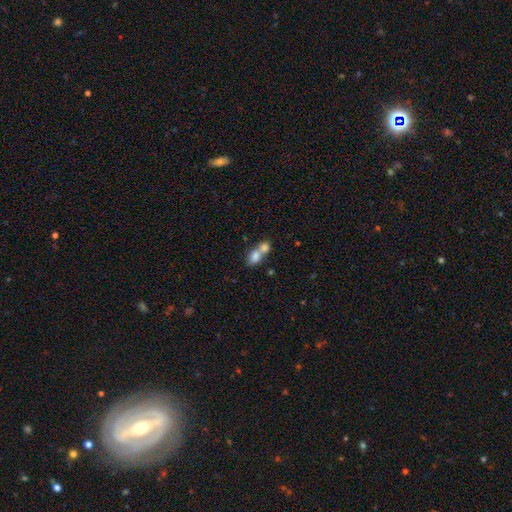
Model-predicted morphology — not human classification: This appears to be a smooth galaxy with no disk features (77%) that is in between round and cigar-shaped (68%). Merging: merger (71%).